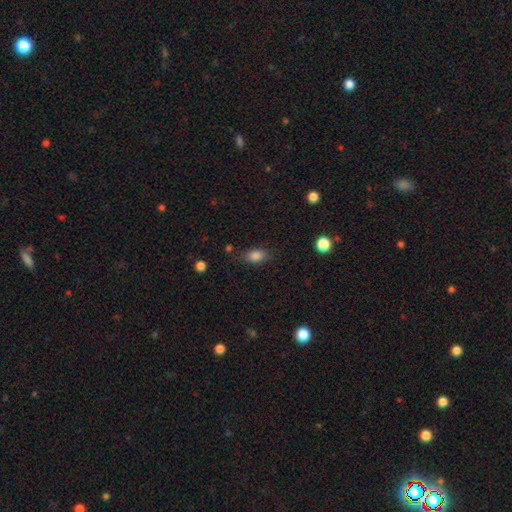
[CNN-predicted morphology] A smooth galaxy with no disk features (84%) that is in between round and cigar-shaped (83%).

Vote fractions:
- Smooth or featured? smooth: 84% / star or artifact: 10% / featured or disk: 6%
- How rounded? in between: 83% / round: 13% / cigar-shaped: 4%
- Merging? none: 77% / minor disturbance: 17% / major disturbance: 5% / merger: 2%